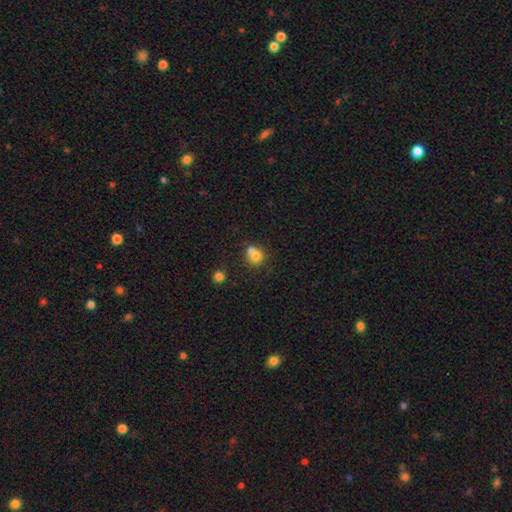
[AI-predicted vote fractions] This appears to be a smooth galaxy with no disk features (73%) that is round (82%). Merging: merger (51%).